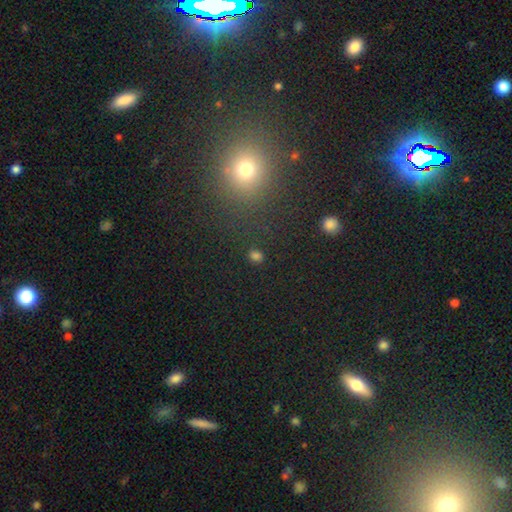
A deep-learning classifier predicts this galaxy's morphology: smooth_or_featured: smooth (p=0.72) [alt: star or artifact p=0.24]
how_rounded: round (p=0.66) [alt: in between p=0.33]
merging: none (p=0.84) [alt: minor disturbance p=0.08]